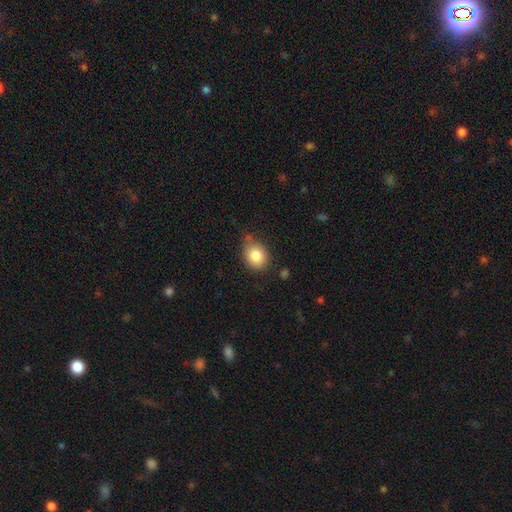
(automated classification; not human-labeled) Smooth or featured? smooth (83%)
How rounded? round (54%)
Merging? none (67%)